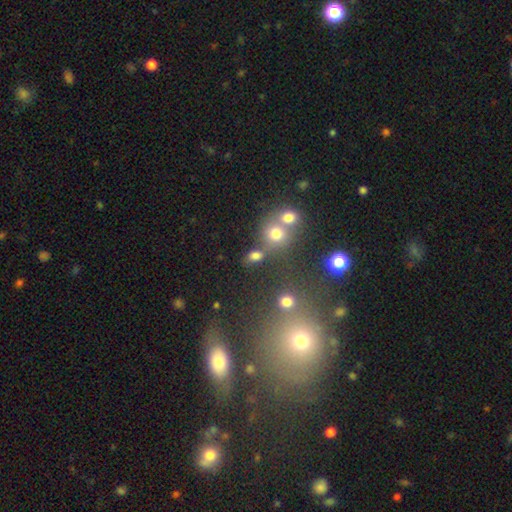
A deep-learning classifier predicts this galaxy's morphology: smooth_or_featured: smooth (p=0.74) [alt: star or artifact p=0.17]
how_rounded: in between (p=0.55) [alt: round p=0.42]
merging: none (p=0.57) [alt: merger p=0.25]